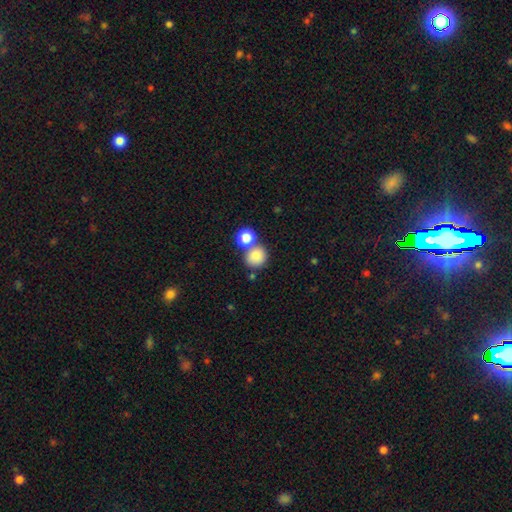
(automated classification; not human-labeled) Smooth or featured: smooth — 82% (star or artifact — 10%)
How rounded: round — 85% (in between — 14%)
Merging: none — 54% (merger — 34%)